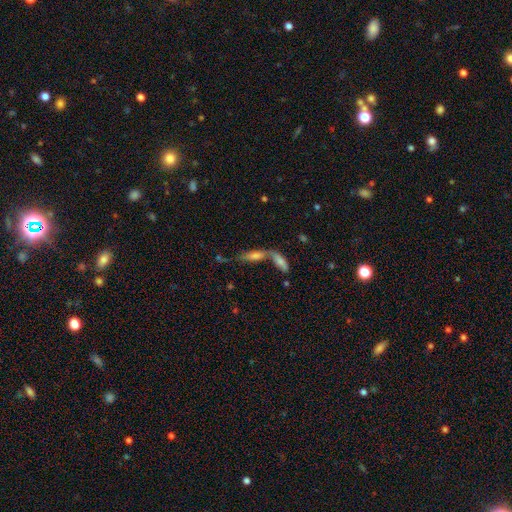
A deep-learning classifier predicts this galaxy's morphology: Smooth or featured?
  - smooth: 38% *
  - featured or disk: 37%
  - star or artifact: 25%
Merging?
  - merger: 45% *
  - none: 34%
  - minor disturbance: 10%
  - major disturbance: 10%